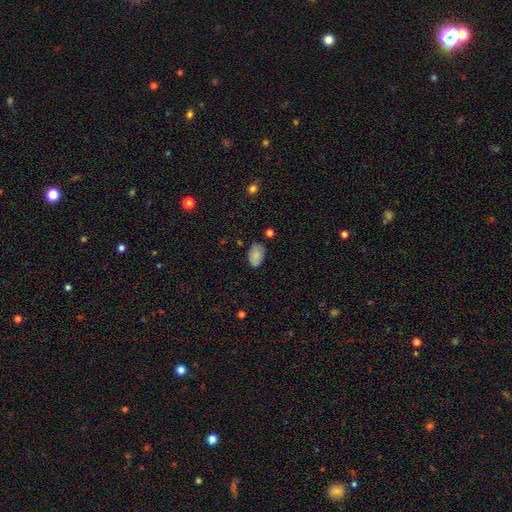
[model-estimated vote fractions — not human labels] This is clearly a smooth galaxy (82%). How rounded: clearly in between (93%). Merging: likely none (78%).